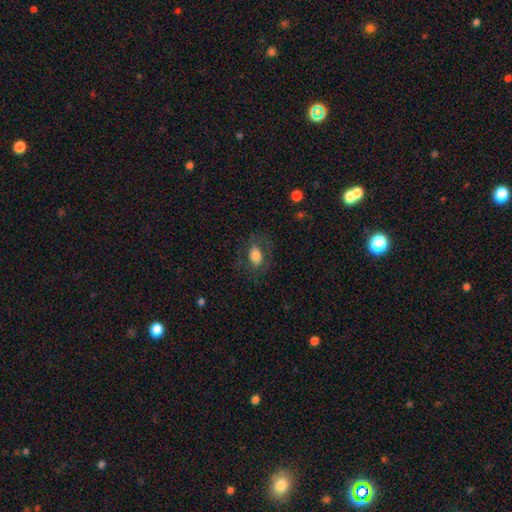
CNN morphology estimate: Smooth or featured: smooth — 70% (featured or disk — 21%)
How rounded: in between — 84% (round — 14%)
Merging: none — 71% (minor disturbance — 16%)